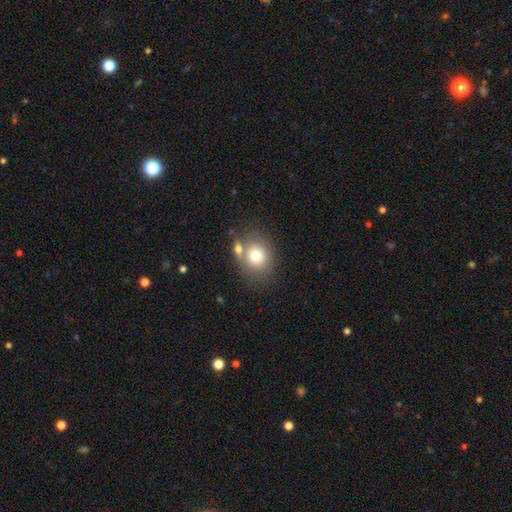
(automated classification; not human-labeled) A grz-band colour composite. It shows a smooth galaxy with no disk features (74%) that is round (65%). Merging: none (56%).